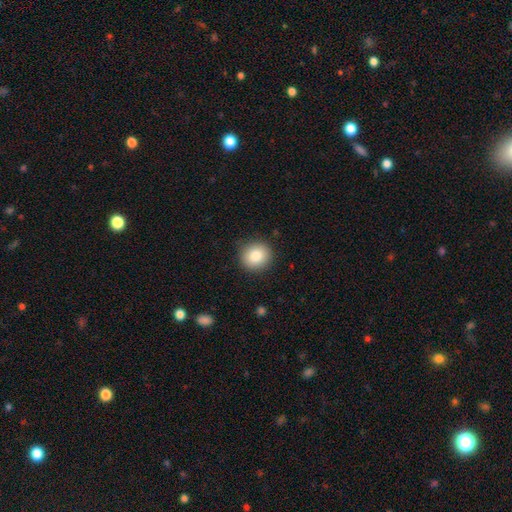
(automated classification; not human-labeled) A smooth galaxy with no disk features (84%) that is round (89%).

Vote fractions:
- Smooth or featured? smooth: 84% / star or artifact: 9% / featured or disk: 8%
- How rounded? round: 89% / in between: 10% / cigar-shaped: 1%
- Merging? none: 90% / minor disturbance: 7% / major disturbance: 2% / merger: 1%